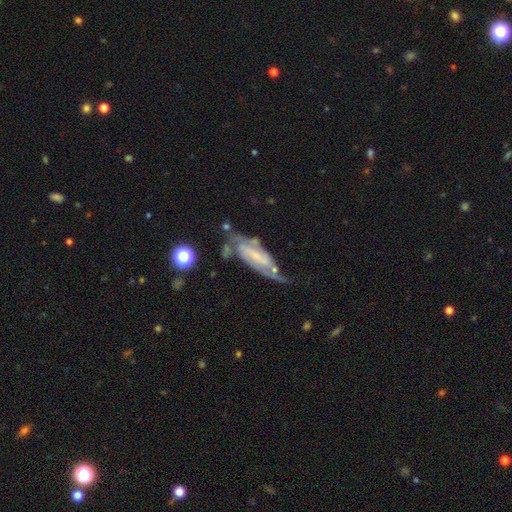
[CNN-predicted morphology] featured or disk 81%, smooth 13%, star or artifact 6%. Down the decision tree: edge-on disk — no (88%); bar — strong (39%); spiral arms — yes (93%); spiral arm count — 2 (79%); spiral winding — medium (46%); bulge size — small (52%); merging — none (51%).